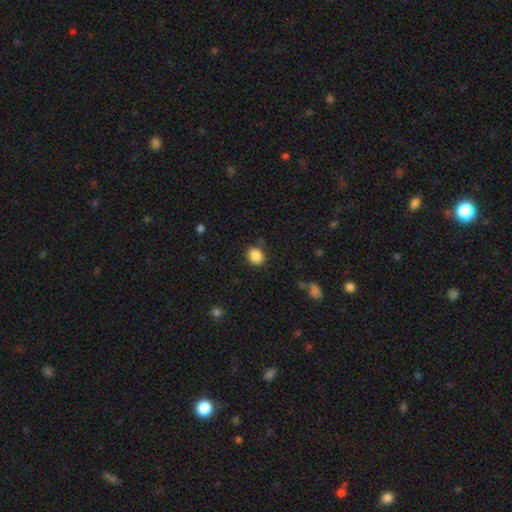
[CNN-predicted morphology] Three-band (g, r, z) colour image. It shows a smooth galaxy with no disk features (87%) that is round (55%). Merging: none (81%).